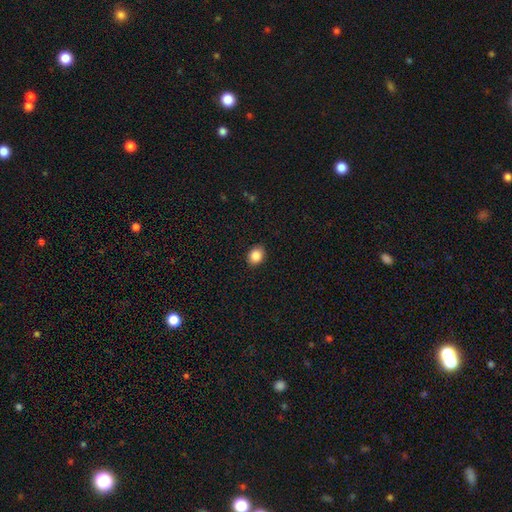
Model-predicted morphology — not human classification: Overall: smooth (86%). How rounded: in between (50%; round 49%). Merging: none (89%).